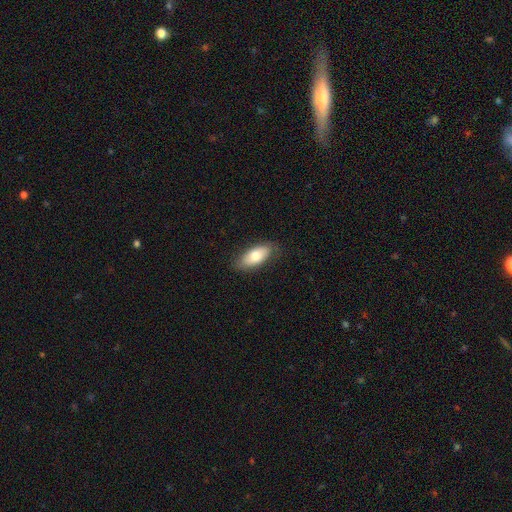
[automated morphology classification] smooth-or-featured: smooth: 74% | featured or disk: 20% | star or artifact: 6%
  how-rounded: in between: 87% | cigar-shaped: 10% | round: 3%
  merging: none: 83% | minor disturbance: 14% | major disturbance: 3% | merger: 1%